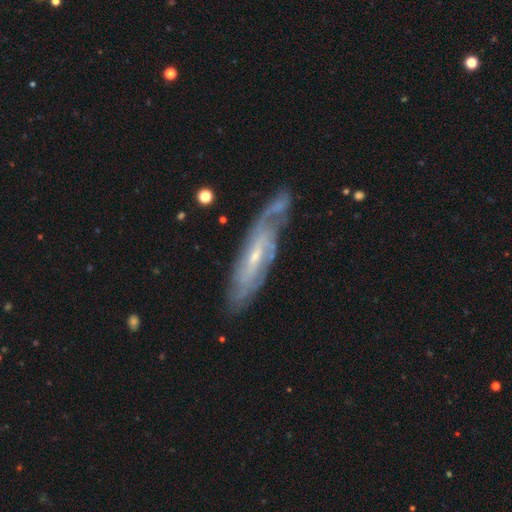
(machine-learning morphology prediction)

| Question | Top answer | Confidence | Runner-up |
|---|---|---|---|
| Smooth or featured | featured or disk | 83% | smooth (11%) |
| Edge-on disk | no | 78% | yes (22%) |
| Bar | weak | 46% | no (38%) |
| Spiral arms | yes | 93% | no (7%) |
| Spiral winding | tight | 53% | medium (36%) |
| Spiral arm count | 2 | 39% | can't tell (37%) |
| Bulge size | small | 71% | moderate (24%) |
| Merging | none | 66% | minor disturbance (21%) |